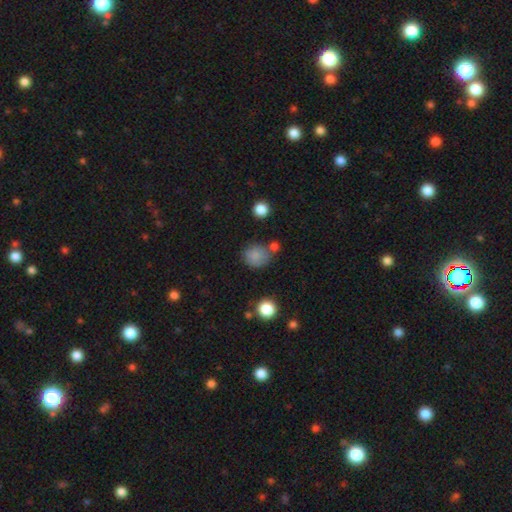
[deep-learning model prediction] Smooth or featured? smooth (81%)
How rounded? round (80%)
Merging? none (64%)